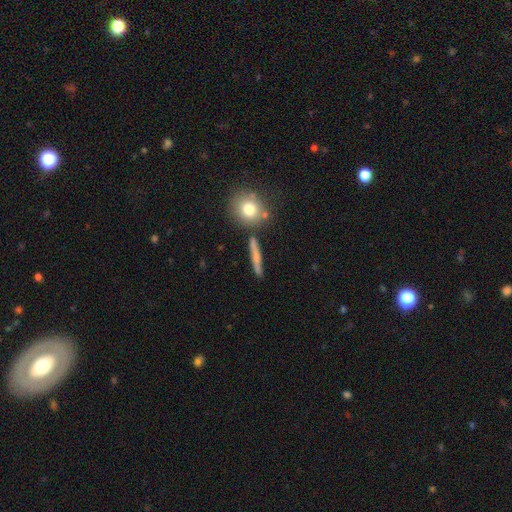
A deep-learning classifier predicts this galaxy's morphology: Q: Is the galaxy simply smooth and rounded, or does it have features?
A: smooth — 59%.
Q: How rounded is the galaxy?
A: cigar-shaped — 83%.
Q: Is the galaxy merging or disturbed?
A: none — 81%.